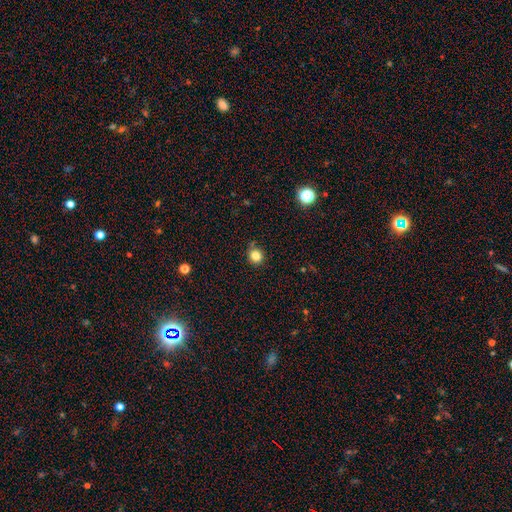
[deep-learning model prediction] Smooth or featured? Predicted: smooth (p=0.83). How rounded? Predicted: round (p=0.87). Merging? Predicted: none (p=0.80).